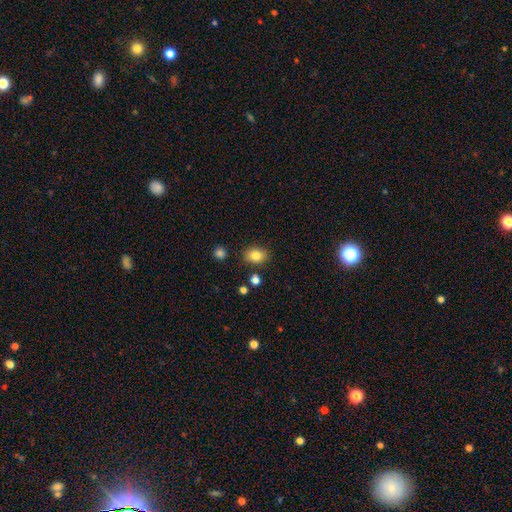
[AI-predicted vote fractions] Q: Smooth or featured?
A: smooth (83%); runner-up: star or artifact (10%)
Q: How rounded?
A: in between (64%); runner-up: round (35%)
Q: Merging?
A: none (82%); runner-up: minor disturbance (11%)